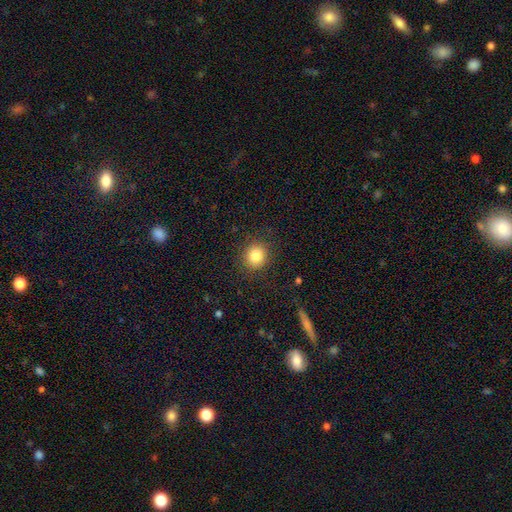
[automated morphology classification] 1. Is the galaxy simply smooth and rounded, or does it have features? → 83% smooth, 11% star or artifact, 6% featured or disk.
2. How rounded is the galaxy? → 88% round, 11% in between, 1% cigar-shaped.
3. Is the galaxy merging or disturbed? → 89% none, 7% minor disturbance, 3% major disturbance, 1% merger.